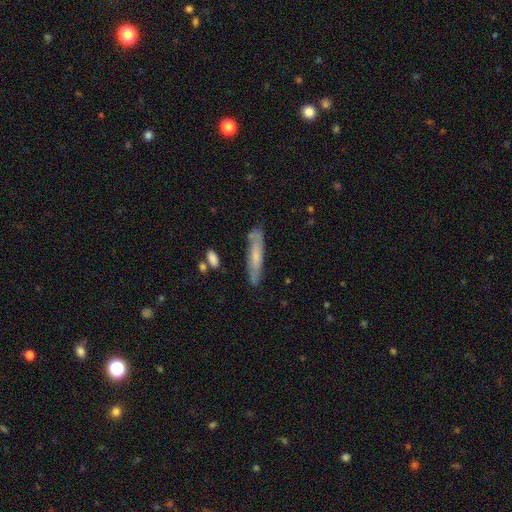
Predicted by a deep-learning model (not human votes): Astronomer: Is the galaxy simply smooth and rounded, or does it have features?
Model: featured or disk — 49% (runner-up: smooth, 44%).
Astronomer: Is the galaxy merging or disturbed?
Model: none — 77%.